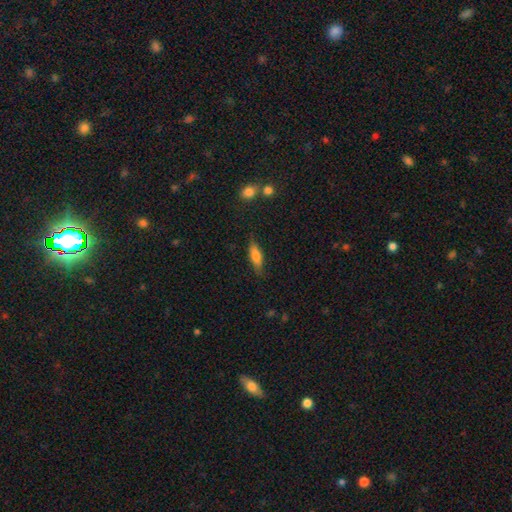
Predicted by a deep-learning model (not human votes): The model was most divided on "how rounded": cigar-shaped: 57%, in between: 41%, round: 2%. More confident: merging — none (81%); smooth or featured — smooth (68%).